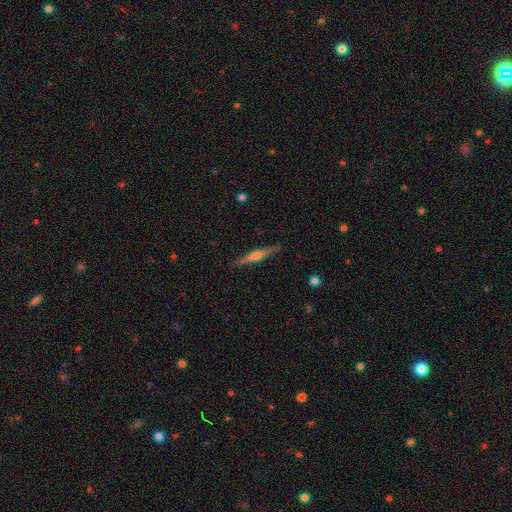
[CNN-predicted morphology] Smooth or featured?
  - featured or disk: 73% *
  - smooth: 22%
  - star or artifact: 6%
Edge-on disk?
  - yes: 98% *
  - no: 2%
Edge-on bulge?
  - rounded: 83% *
  - boxy: 10%
  - none: 6%
Merging?
  - none: 91% *
  - minor disturbance: 7%
  - major disturbance: 1%
  - merger: 1%